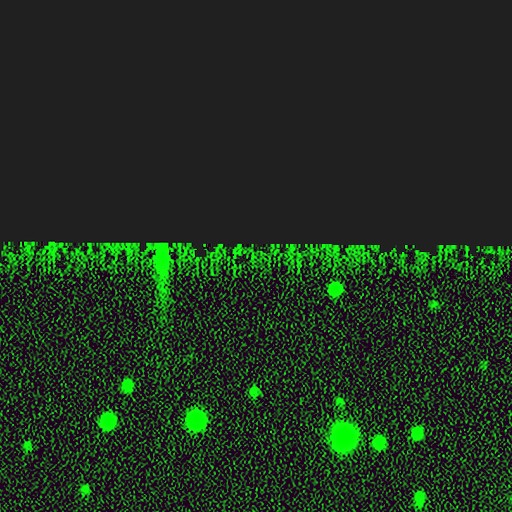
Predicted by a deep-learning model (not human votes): Smooth or featured? Predicted: star or artifact (p=0.87).